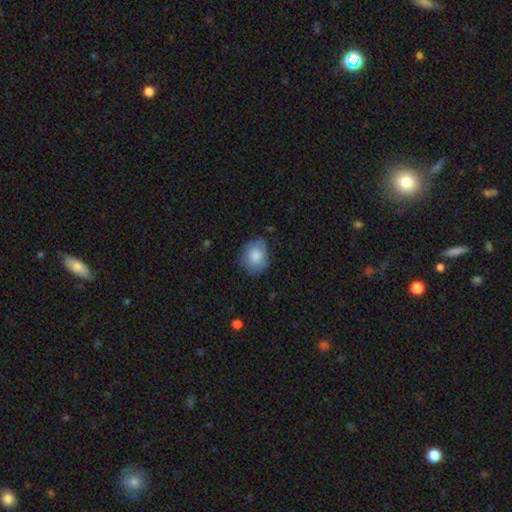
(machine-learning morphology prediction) Smooth or featured?
  - smooth: 79% *
  - featured or disk: 14%
  - star or artifact: 6%
How rounded?
  - in between: 56% *
  - round: 43%
  - cigar-shaped: 1%
Merging?
  - none: 70% *
  - minor disturbance: 23%
  - major disturbance: 5%
  - merger: 1%